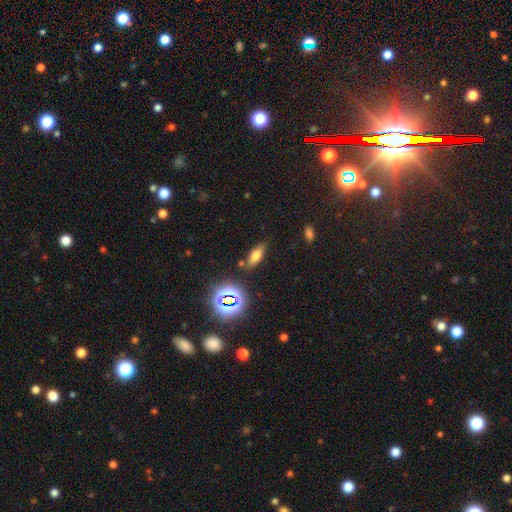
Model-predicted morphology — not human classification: This appears to be a smooth galaxy with no disk features (64%) that is in between round and cigar-shaped (69%). Merging: none (78%).